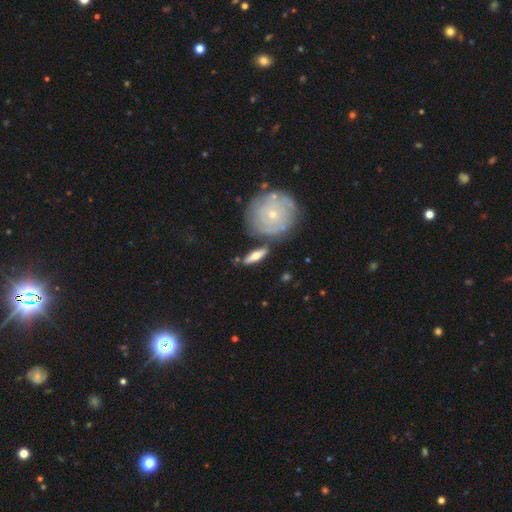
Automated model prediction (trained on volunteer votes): Smooth or featured: featured or disk — 51% (smooth — 43%)
Edge-on disk: yes — 58% (no — 42%)
Merging: none — 75% (minor disturbance — 13%)